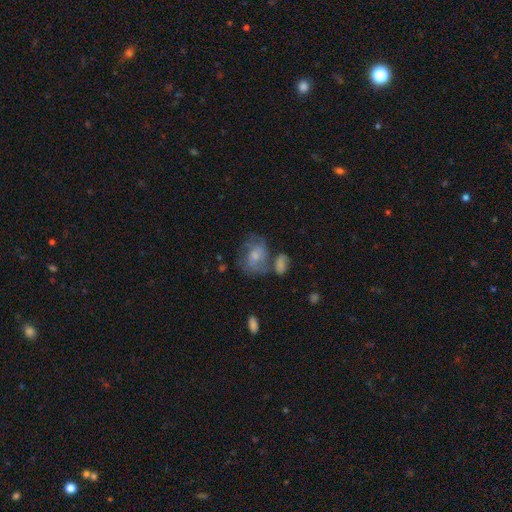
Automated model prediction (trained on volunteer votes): smooth_or_featured: smooth (p=0.49) [alt: featured or disk p=0.43]
merging: none (p=0.37) [alt: merger p=0.22]